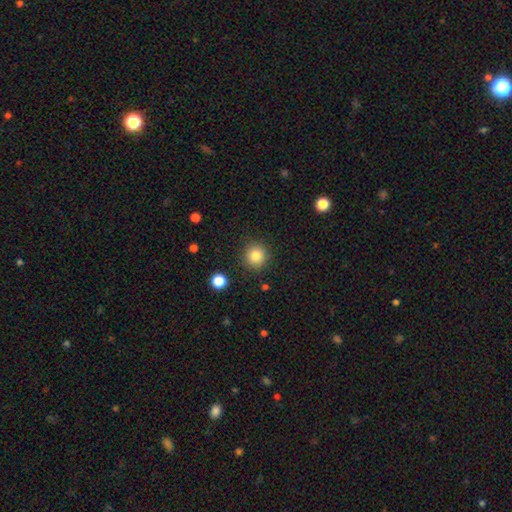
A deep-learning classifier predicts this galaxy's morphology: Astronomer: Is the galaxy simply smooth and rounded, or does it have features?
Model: smooth — 84%.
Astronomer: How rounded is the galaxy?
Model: round — 94%.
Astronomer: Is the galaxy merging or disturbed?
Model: none — 90%.